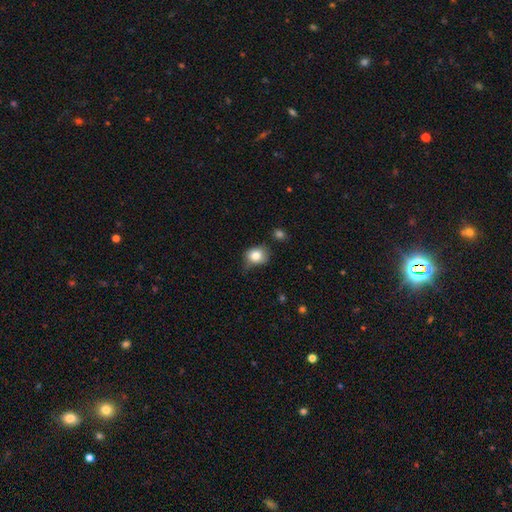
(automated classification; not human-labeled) A smooth galaxy with no disk features (81%) that is round (62%). Merging: none (52%).